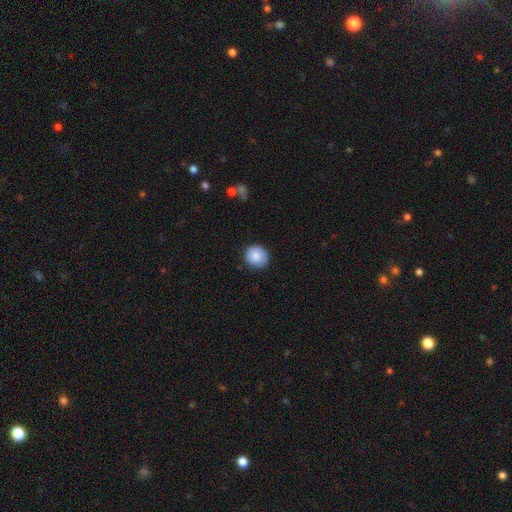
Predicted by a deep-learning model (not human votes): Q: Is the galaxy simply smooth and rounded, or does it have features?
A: smooth — 85%.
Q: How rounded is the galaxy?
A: round — 81%.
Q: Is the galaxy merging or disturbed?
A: none — 84%.